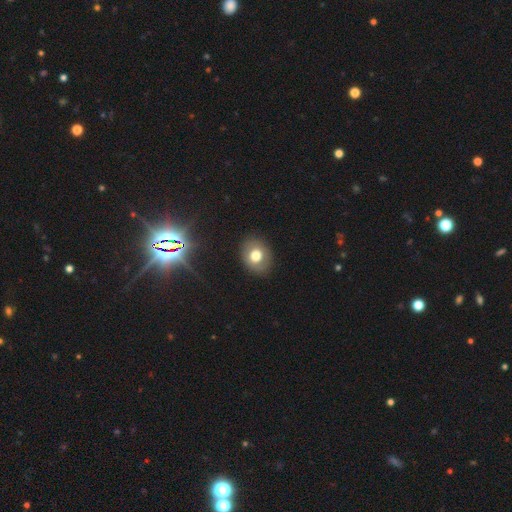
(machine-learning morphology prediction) smooth-or-featured: smooth: 69% | featured or disk: 19% | star or artifact: 12%
  how-rounded: round: 57% | in between: 43% | cigar-shaped: 1%
  merging: none: 87% | minor disturbance: 9% | major disturbance: 3% | merger: 1%